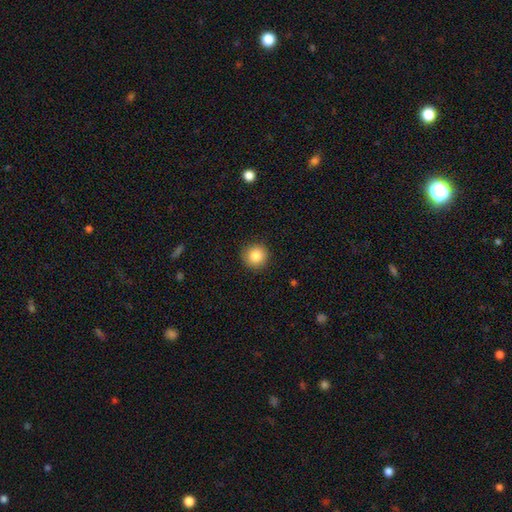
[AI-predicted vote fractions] This appears to be a smooth galaxy with no disk features (84%) that is round (94%). Merging: none (90%).